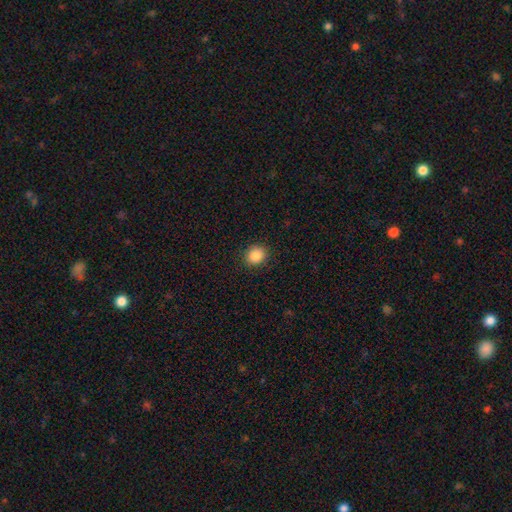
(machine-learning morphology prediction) Smooth or featured? Predicted: smooth (p=0.88). How rounded? Predicted: round (p=0.76). Merging? Predicted: none (p=0.90).